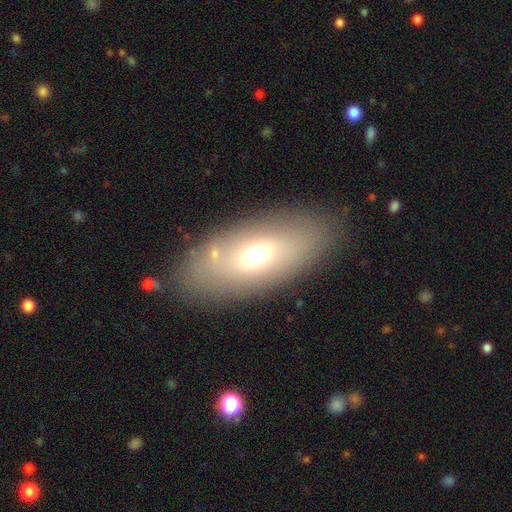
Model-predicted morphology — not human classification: This is likely a smooth galaxy (60%). How rounded: clearly in between (85%). Merging: clearly none (82%).